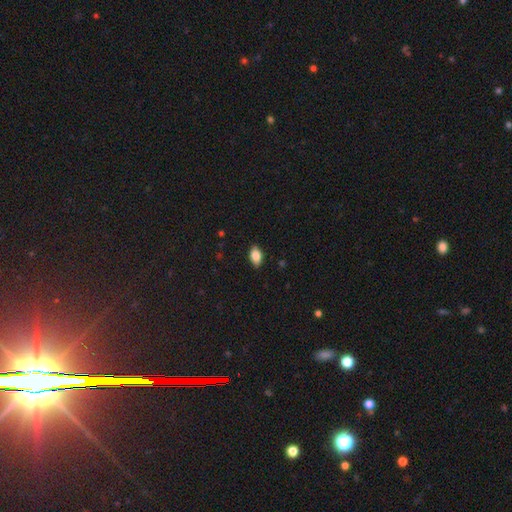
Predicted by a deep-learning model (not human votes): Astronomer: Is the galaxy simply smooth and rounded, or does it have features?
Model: smooth — 83%.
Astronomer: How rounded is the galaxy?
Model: in between — 90%.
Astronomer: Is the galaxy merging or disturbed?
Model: none — 87%.